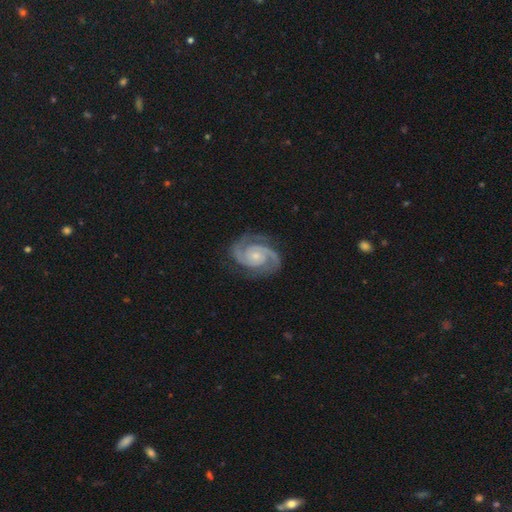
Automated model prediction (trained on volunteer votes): Smooth or featured?
  - featured or disk: 93% *
  - star or artifact: 4%
  - smooth: 3%
Edge-on disk?
  - no: 98% *
  - yes: 2%
Bar?
  - no: 66% *
  - weak: 26%
  - strong: 8%
Spiral arms?
  - yes: 99% *
  - no: 1%
Spiral winding?
  - tight: 53% *
  - medium: 42%
  - loose: 5%
Spiral arm count?
  - 2: 92% *
  - 3: 3%
  - can't tell: 2%
  - 1: 1%
  - 4: 1%
  - more than 4: 1%
Bulge size?
  - small: 63% *
  - moderate: 29%
  - none: 5%
  - large: 2%
  - dominant: 1%
Merging?
  - none: 82% *
  - minor disturbance: 13%
  - major disturbance: 4%
  - merger: 1%